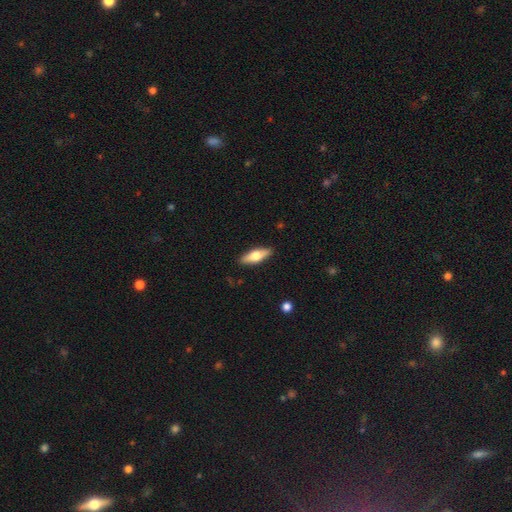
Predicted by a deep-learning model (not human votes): A smooth galaxy with no disk features (57%) that is in between round and cigar-shaped (54%). Merging: none (89%).